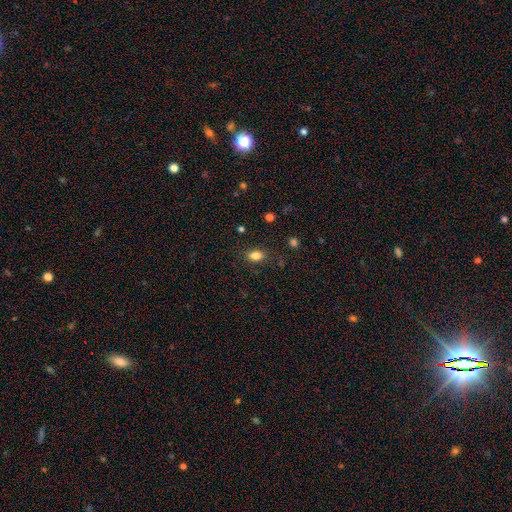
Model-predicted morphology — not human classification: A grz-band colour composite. It shows a smooth galaxy with no disk features (82%) that is in between round and cigar-shaped (81%). Merging: none (84%).